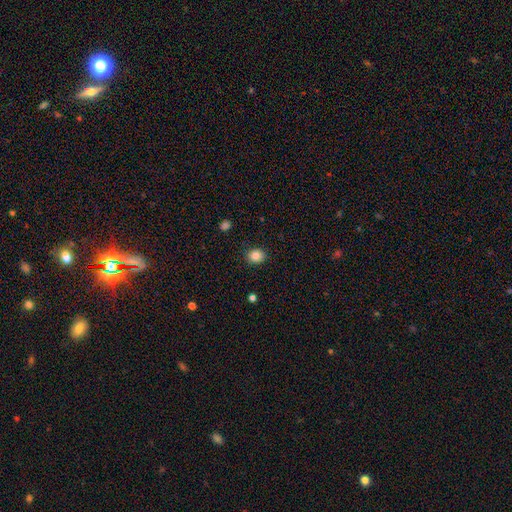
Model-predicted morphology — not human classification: Smooth or featured? smooth (85%)
How rounded? round (65%)
Merging? none (89%)